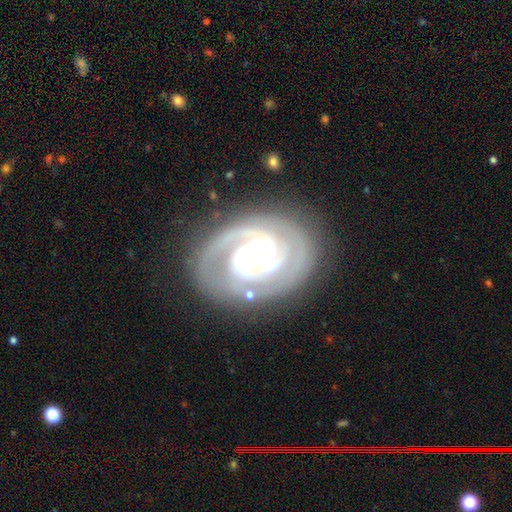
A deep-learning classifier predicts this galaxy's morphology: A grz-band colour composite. It shows a featured or disk galaxy (87%) with no bar (48%), 2 (45%) tight (63%) spiral arms (94%) and a moderate central bulge (52%). Merging: none (68%).